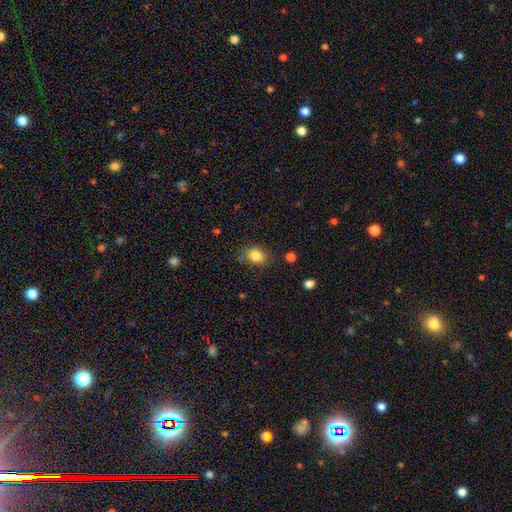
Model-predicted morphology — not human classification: This appears to be a smooth galaxy with no disk features (84%) that is in between round and cigar-shaped (54%). Merging: none (79%).